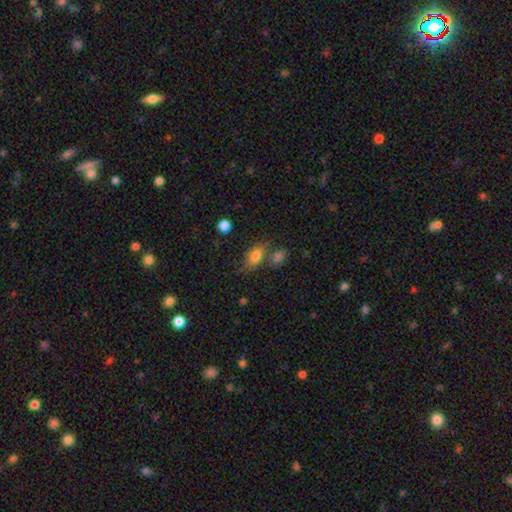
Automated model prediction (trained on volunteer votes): The model was most divided on "merging": none: 53%, merger: 23%, minor disturbance: 17%, major disturbance: 7%. More confident: how rounded — in between (87%); smooth or featured — smooth (77%).